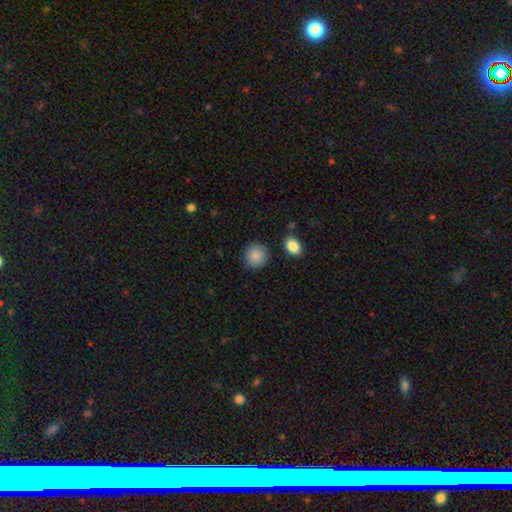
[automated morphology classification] Smooth or featured? Predicted: smooth (p=0.88). How rounded? Predicted: round (p=0.90). Merging? Predicted: none (p=0.88).